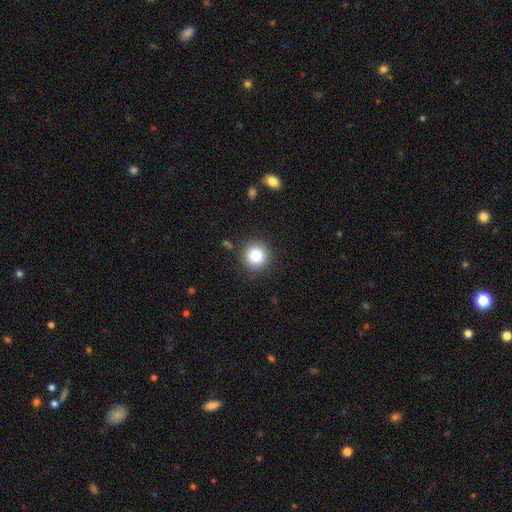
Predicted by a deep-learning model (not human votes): Q: Smooth or featured?
A: smooth (82%); runner-up: star or artifact (11%)
Q: How rounded?
A: round (94%); runner-up: in between (5%)
Q: Merging?
A: none (88%); runner-up: minor disturbance (8%)